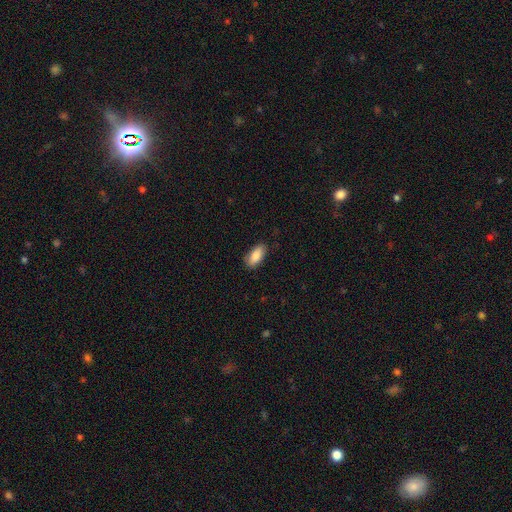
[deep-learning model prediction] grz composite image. It shows a smooth galaxy with no disk features (85%) that is in between round and cigar-shaped (88%). Merging: none (84%).